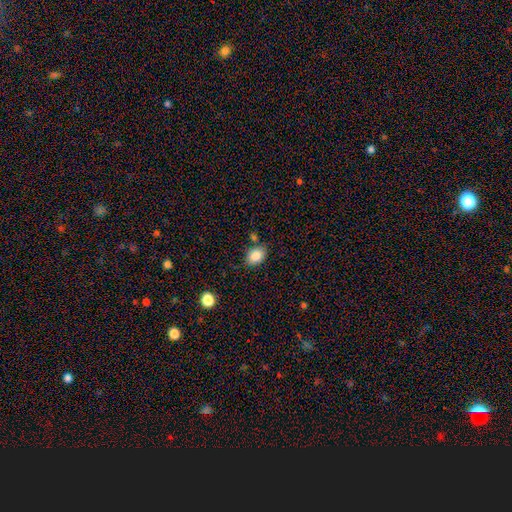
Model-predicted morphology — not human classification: Smooth or featured? smooth (85%)
How rounded? in between (75%)
Merging? none (75%)